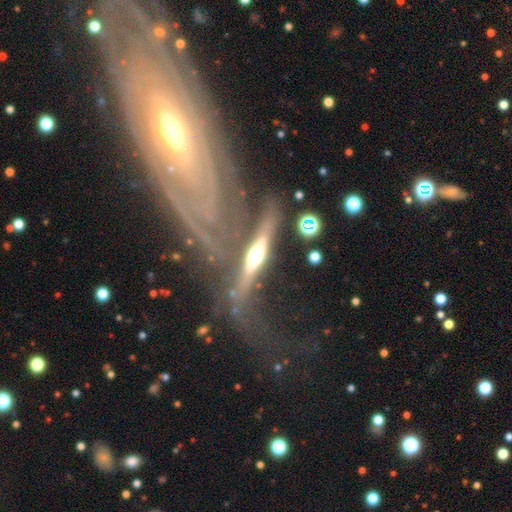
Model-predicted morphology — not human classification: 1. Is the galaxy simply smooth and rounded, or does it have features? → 76% featured or disk, 15% smooth, 8% star or artifact.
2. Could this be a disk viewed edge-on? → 76% yes, 24% no.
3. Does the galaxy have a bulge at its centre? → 88% rounded, 6% none, 6% boxy.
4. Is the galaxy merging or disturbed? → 45% none, 21% major disturbance, 19% minor disturbance, 15% merger.